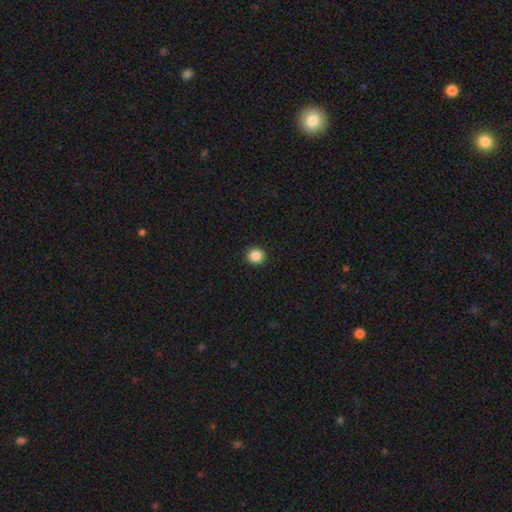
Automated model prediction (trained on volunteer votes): Smooth or featured: smooth — 87% (star or artifact — 10%)
How rounded: round — 92% (in between — 7%)
Merging: none — 93% (minor disturbance — 4%)